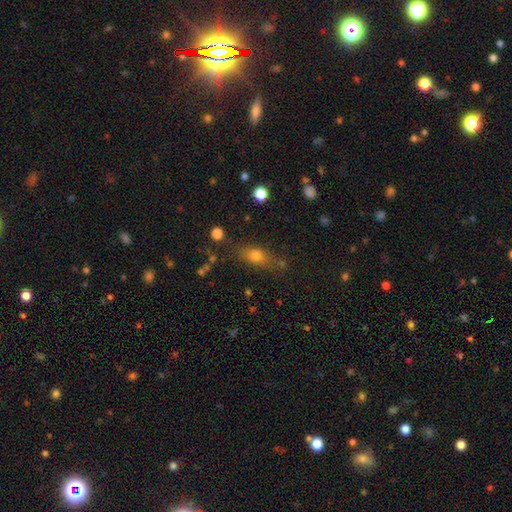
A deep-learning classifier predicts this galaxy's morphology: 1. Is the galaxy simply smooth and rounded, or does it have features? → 67% smooth, 17% featured or disk, 16% star or artifact.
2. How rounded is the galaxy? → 60% in between, 22% round, 18% cigar-shaped.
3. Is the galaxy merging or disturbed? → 71% none, 17% minor disturbance, 7% major disturbance, 6% merger.